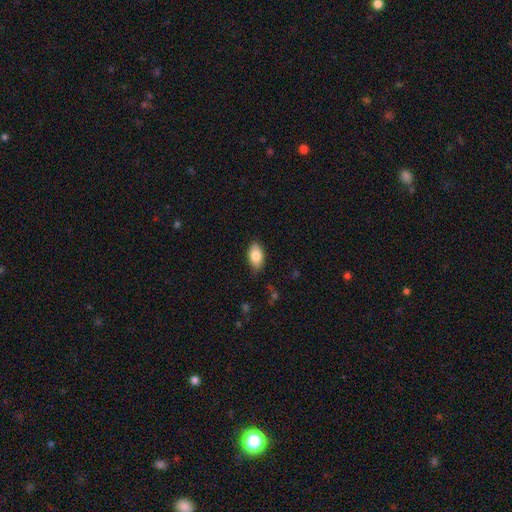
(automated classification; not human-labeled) smooth 82%, featured or disk 11%, star or artifact 7%. Down the decision tree: how rounded — in between (92%); merging — none (84%).